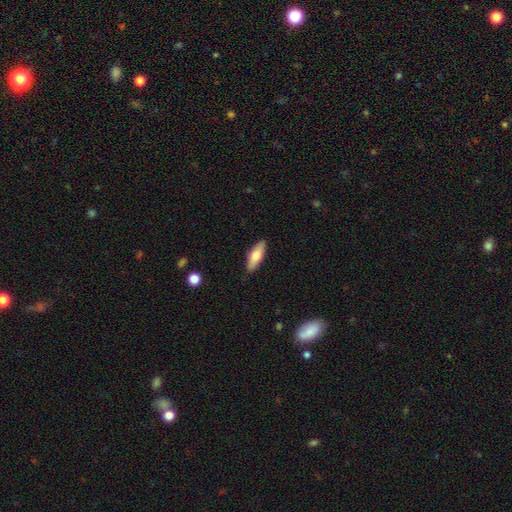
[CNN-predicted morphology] This appears to be a smooth galaxy with no disk features (73%) that is in between round and cigar-shaped (58%). Merging: none (86%).